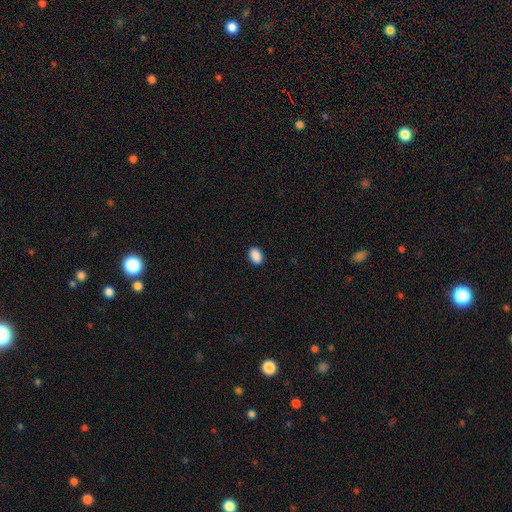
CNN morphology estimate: Smooth or featured: smooth — 90% (star or artifact — 8%)
How rounded: in between — 82% (round — 17%)
Merging: none — 90% (minor disturbance — 8%)